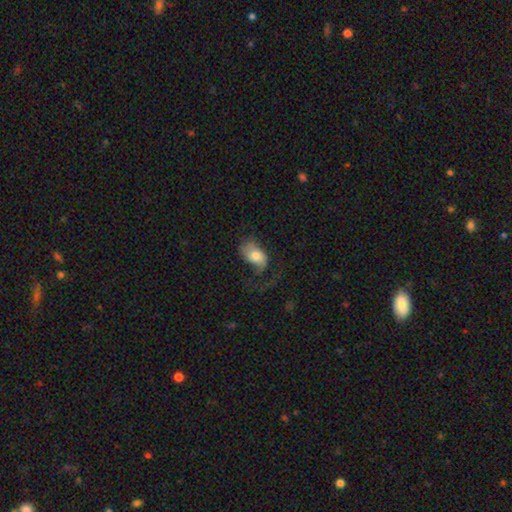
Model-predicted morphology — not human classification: A smooth galaxy with no disk features (61%) that is in between round and cigar-shaped (89%). Merging: major disturbance (40%).